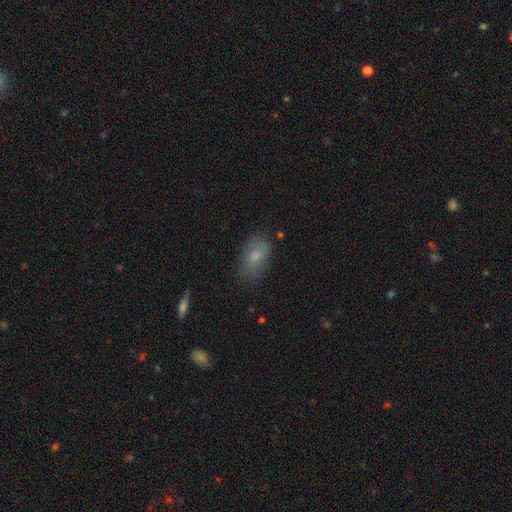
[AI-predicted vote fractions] A smooth galaxy with no disk features (74%) that is in between round and cigar-shaped (91%).

Vote fractions:
- Smooth or featured? smooth: 74% / featured or disk: 17% / star or artifact: 9%
- How rounded? in between: 91% / round: 7% / cigar-shaped: 2%
- Merging? none: 76% / minor disturbance: 18% / major disturbance: 5% / merger: 1%